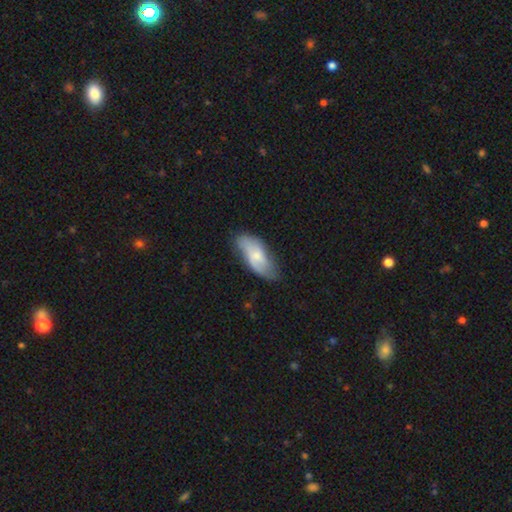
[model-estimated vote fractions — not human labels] smooth 51%, featured or disk 43%, star or artifact 6%. Down the decision tree: how rounded — in between (84%); merging — none (58%).